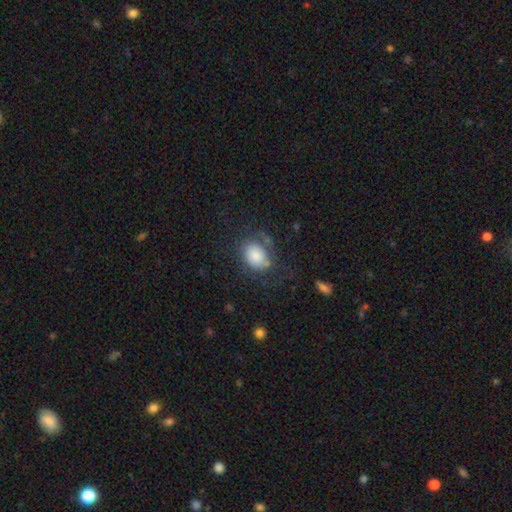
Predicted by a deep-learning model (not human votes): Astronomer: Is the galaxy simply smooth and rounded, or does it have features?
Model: smooth — 75%.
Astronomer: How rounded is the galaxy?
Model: in between — 64%.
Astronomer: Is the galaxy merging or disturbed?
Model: none — 59%.